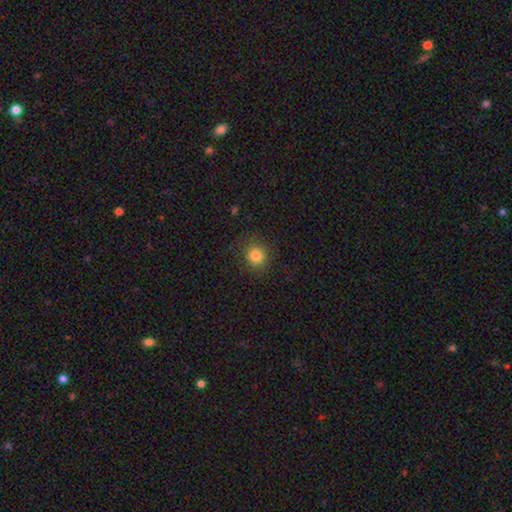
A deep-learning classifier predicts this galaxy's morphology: Smooth or featured? Predicted: smooth (p=0.81). How rounded? Predicted: round (p=0.89). Merging? Predicted: none (p=0.86).